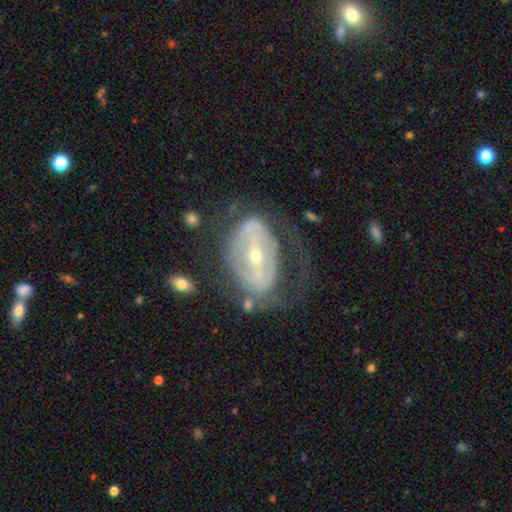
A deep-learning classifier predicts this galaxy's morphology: Smooth or featured: featured or disk — 80% (smooth — 13%)
Edge-on disk: no — 93% (yes — 7%)
Bar: strong — 56% (weak — 28%)
Spiral arms: yes — 59% (no — 41%)
Bulge size: small — 57% (moderate — 39%)
Merging: none — 44% (major disturbance — 30%)